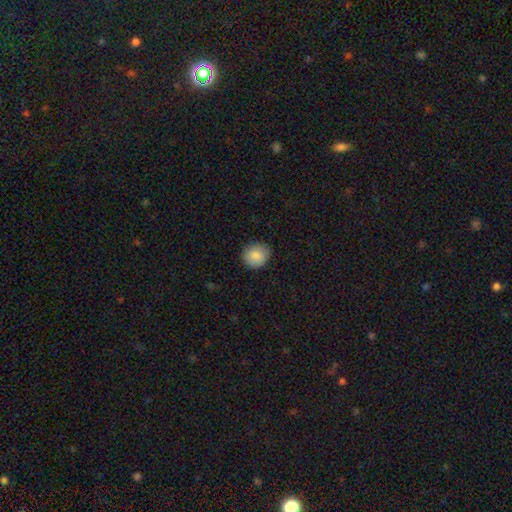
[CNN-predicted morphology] Smooth or featured? smooth (86%)
How rounded? round (81%)
Merging? none (87%)